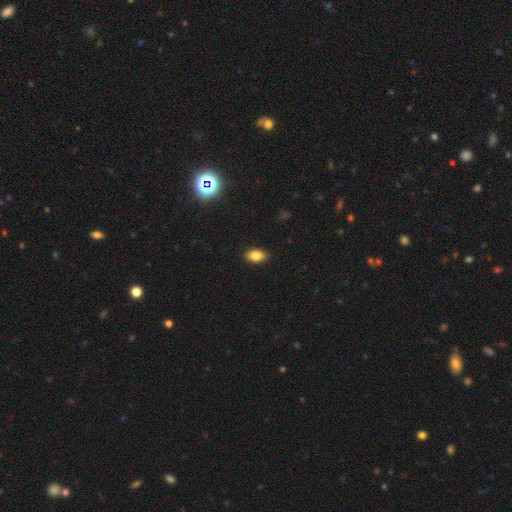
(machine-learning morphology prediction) A smooth galaxy with no disk features (83%) that is in between round and cigar-shaped (88%).

Vote fractions:
- Smooth or featured? smooth: 83% / star or artifact: 9% / featured or disk: 7%
- How rounded? in between: 88% / round: 10% / cigar-shaped: 2%
- Merging? none: 90% / minor disturbance: 8% / major disturbance: 2% / merger: 1%